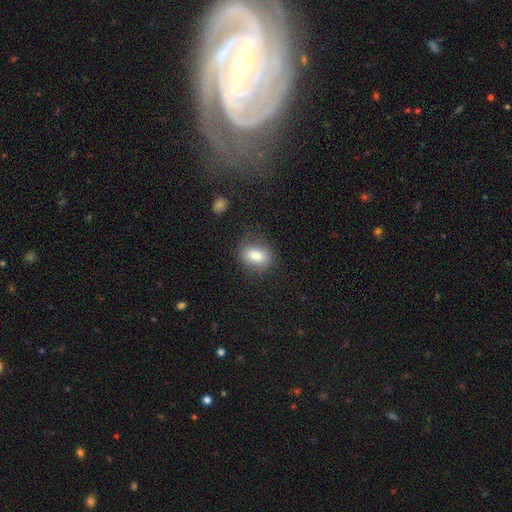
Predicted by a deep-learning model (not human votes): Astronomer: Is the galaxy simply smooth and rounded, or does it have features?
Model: smooth — 82%.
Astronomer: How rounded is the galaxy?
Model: in between — 62% (runner-up: round, 37%).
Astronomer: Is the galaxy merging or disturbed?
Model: none — 80%.